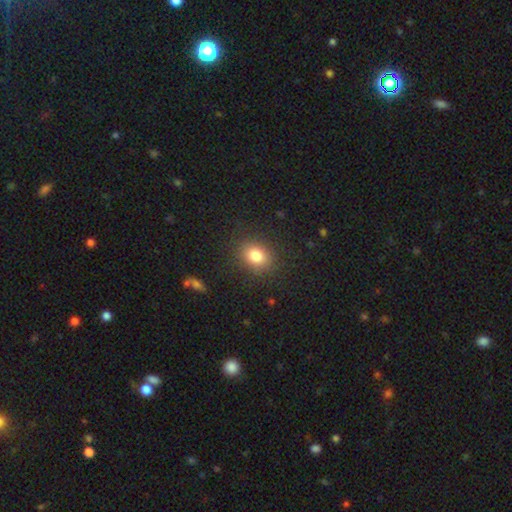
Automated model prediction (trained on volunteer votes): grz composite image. It shows a smooth galaxy with no disk features (81%) that is round (50%). Merging: none (85%).